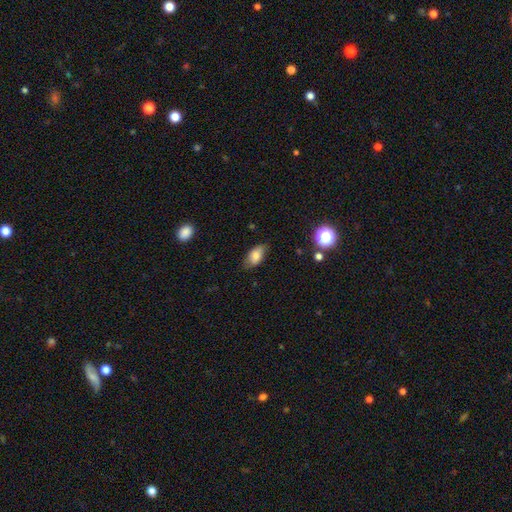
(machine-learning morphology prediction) This is likely a smooth galaxy (78%). How rounded: clearly in between (90%). Merging: likely none (75%).